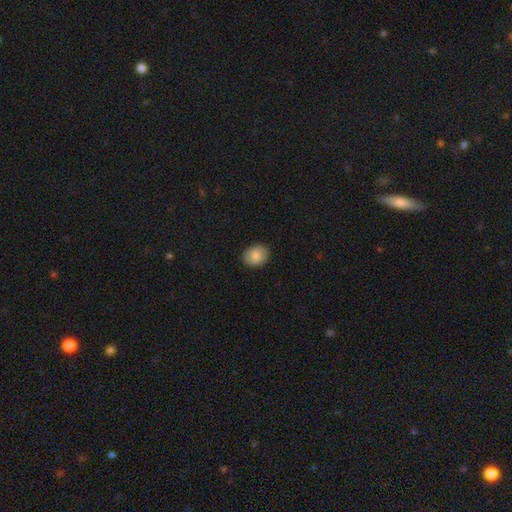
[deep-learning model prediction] A smooth galaxy with no disk features (83%) that is in between round and cigar-shaped (53%). Merging: none (88%).